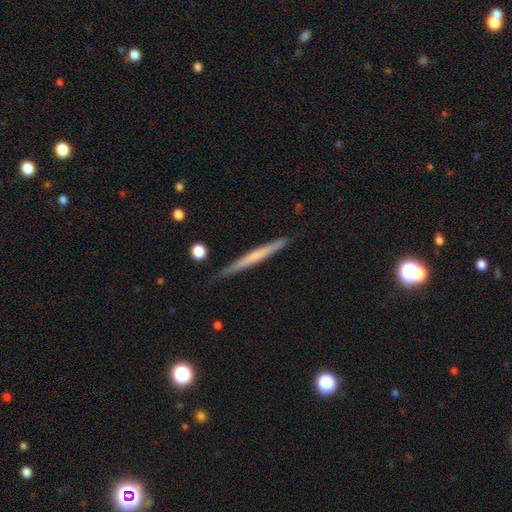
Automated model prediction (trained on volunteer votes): The model was most divided on "smooth or featured": smooth: 49%, featured or disk: 45%, star or artifact: 6%. More confident: merging — none (87%).